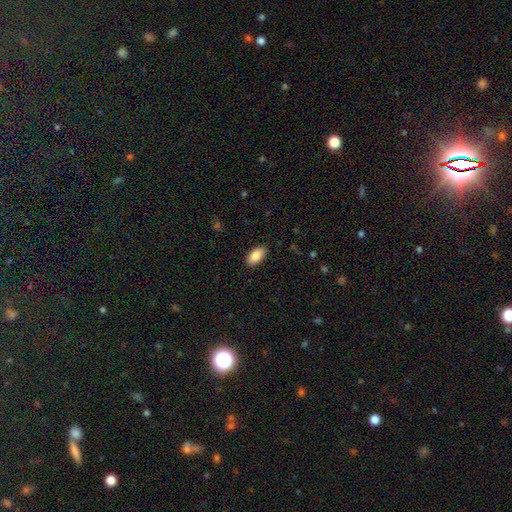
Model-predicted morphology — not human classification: smooth_or_featured: smooth (p=0.89) [alt: star or artifact p=0.07]
how_rounded: in between (p=0.94) [alt: cigar-shaped p=0.03]
merging: none (p=0.88) [alt: minor disturbance p=0.09]